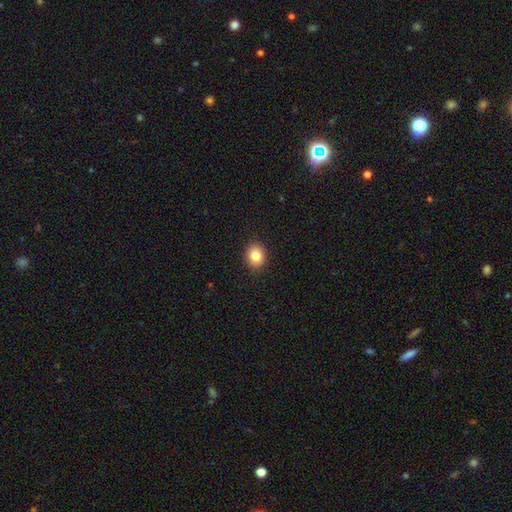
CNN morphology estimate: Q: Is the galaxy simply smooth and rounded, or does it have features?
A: smooth — 84%.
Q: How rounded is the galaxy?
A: round — 65%.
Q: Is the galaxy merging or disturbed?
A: none — 91%.